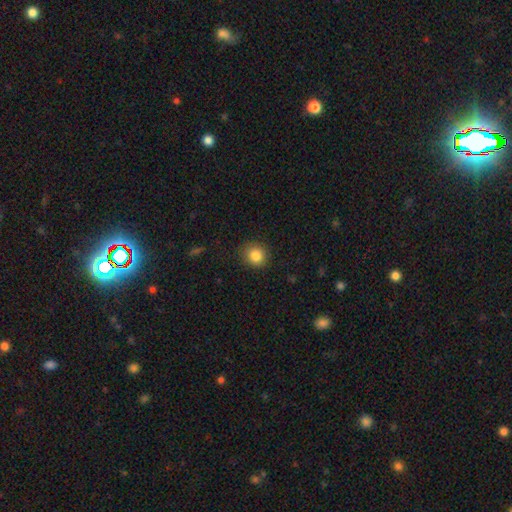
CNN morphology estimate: The model was most divided on "how rounded": round: 86%, in between: 13%, cigar-shaped: 1%. More confident: merging — none (88%); smooth or featured — smooth (85%).